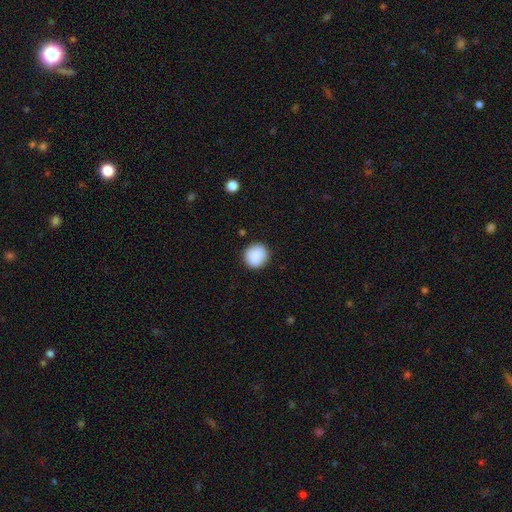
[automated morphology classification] Overall: smooth (89%). How rounded: round (92%). Merging: none (89%).